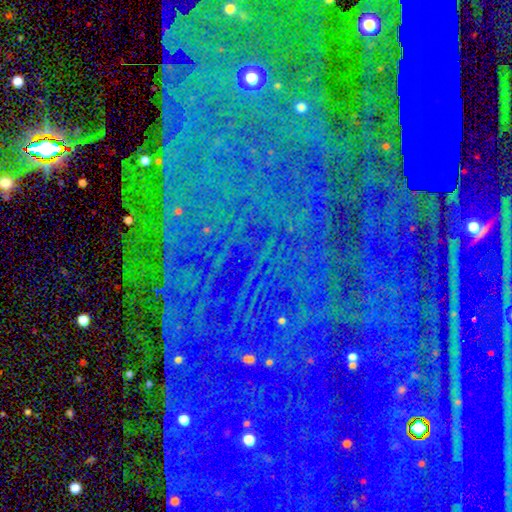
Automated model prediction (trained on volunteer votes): A star or artifact, not a galaxy (85%).

Vote fractions:
- Smooth or featured? star or artifact: 85% / smooth: 7% / featured or disk: 7%